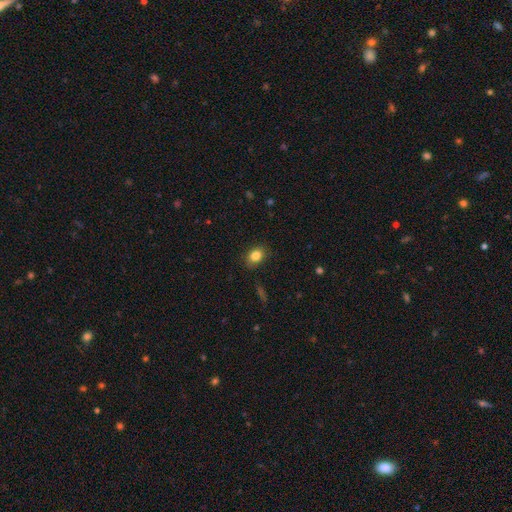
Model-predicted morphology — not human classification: Smooth or featured? smooth (84%)
How rounded? in between (67%)
Merging? none (85%)